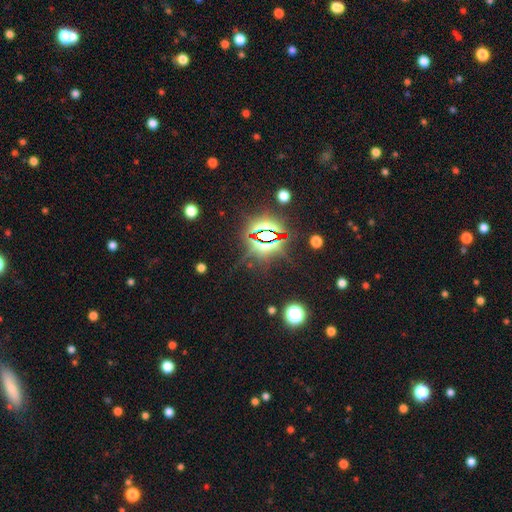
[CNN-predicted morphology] Overall: star or artifact (82%).